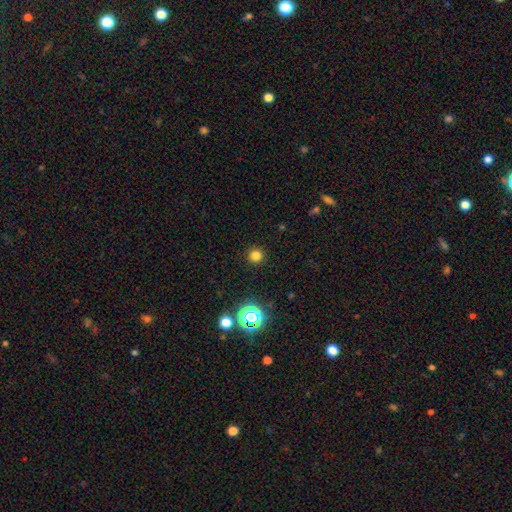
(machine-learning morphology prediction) This is likely a smooth galaxy (77%). How rounded: clearly round (95%). Merging: clearly none (92%).